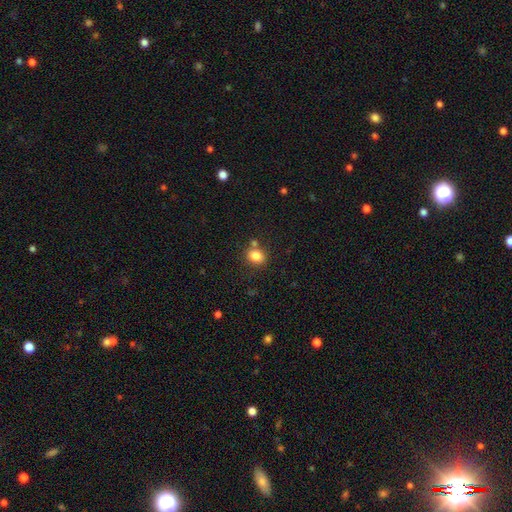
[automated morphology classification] smooth-or-featured: smooth: 82% | star or artifact: 11% | featured or disk: 7%
  how-rounded: round: 54% | in between: 45% | cigar-shaped: 1%
  merging: none: 70% | merger: 14% | minor disturbance: 13% | major disturbance: 4%